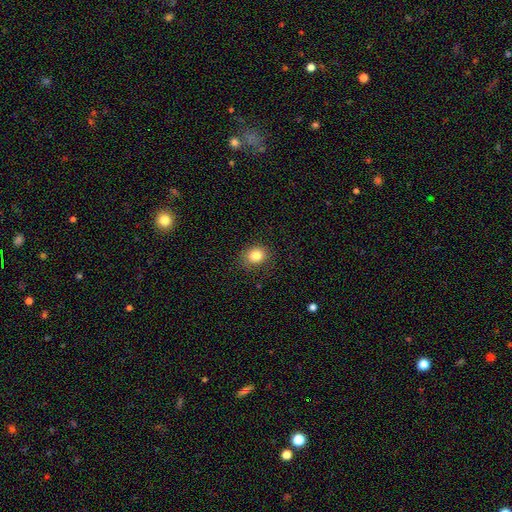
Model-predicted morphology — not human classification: The model was most divided on "how rounded": round: 63%, in between: 36%, cigar-shaped: 1%. More confident: merging — none (85%); smooth or featured — smooth (82%).